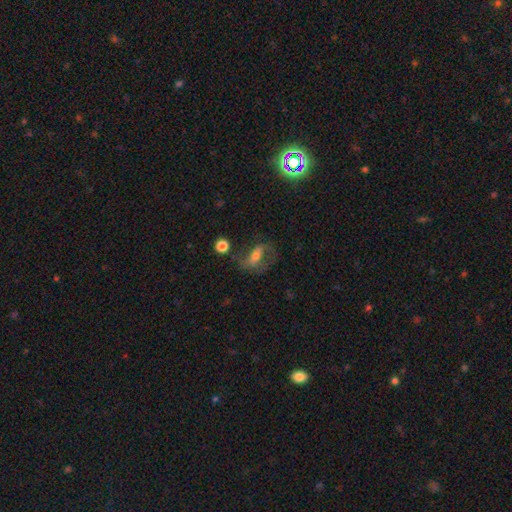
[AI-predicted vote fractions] A featured or disk galaxy (53%).

Vote fractions:
- Smooth or featured? featured or disk: 53% / smooth: 37% / star or artifact: 10%
- Edge-on disk? no: 90% / yes: 10%
- Merging? none: 50% / major disturbance: 24% / minor disturbance: 20% / merger: 6%